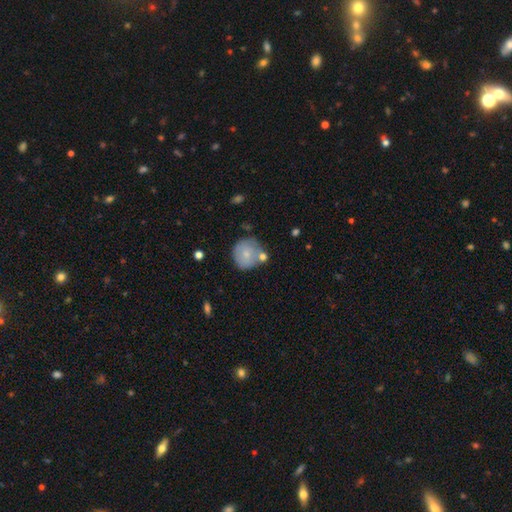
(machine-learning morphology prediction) Q: Smooth or featured?
A: smooth (69%); runner-up: featured or disk (22%)
Q: How rounded?
A: round (90%); runner-up: in between (9%)
Q: Merging?
A: none (64%); runner-up: minor disturbance (17%)